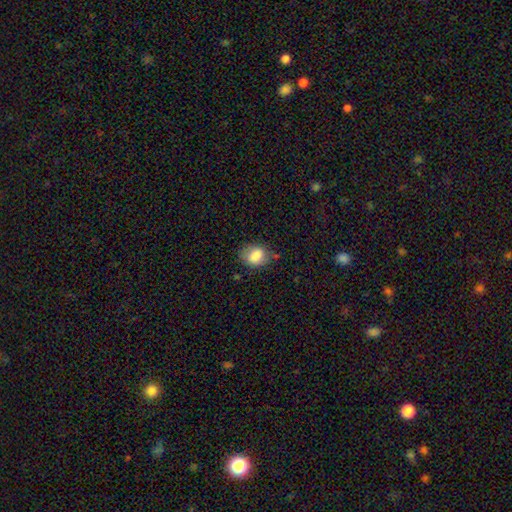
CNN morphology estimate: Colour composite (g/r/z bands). It shows a smooth galaxy with no disk features (83%) that is in between round and cigar-shaped (61%). Merging: none (67%).